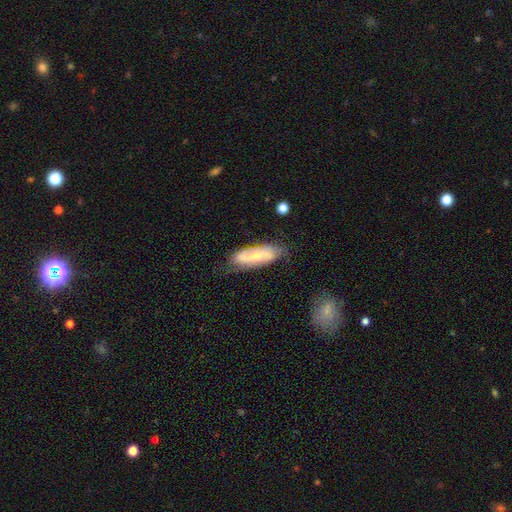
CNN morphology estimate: Smooth or featured: featured or disk — 59% (smooth — 35%)
Edge-on disk: no — 85% (yes — 15%)
Merging: none — 72% (minor disturbance — 21%)